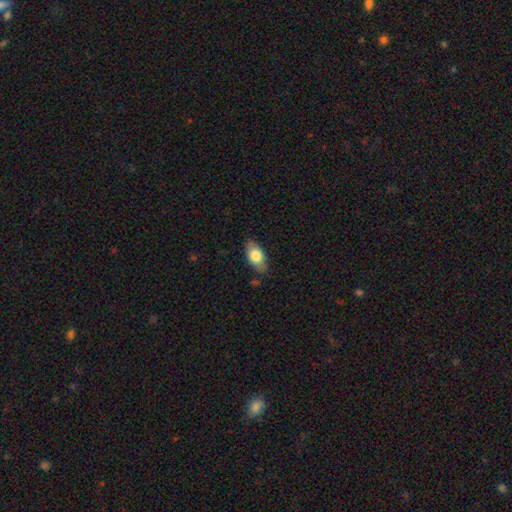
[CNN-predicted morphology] type=smooth (74%); roundness=in between (90%); merging=none (81%).